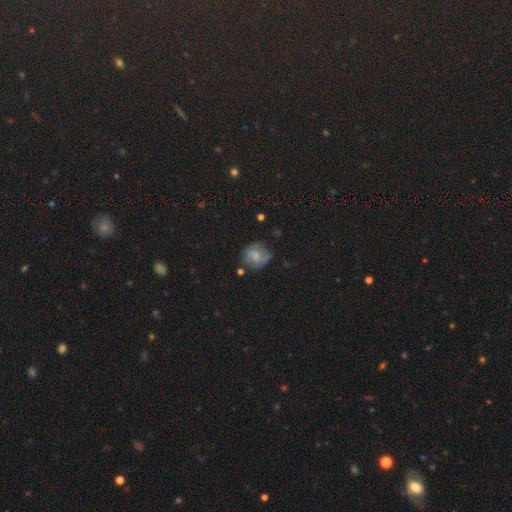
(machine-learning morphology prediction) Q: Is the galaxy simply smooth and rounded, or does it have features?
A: smooth — 49%.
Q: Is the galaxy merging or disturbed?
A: none — 56%.